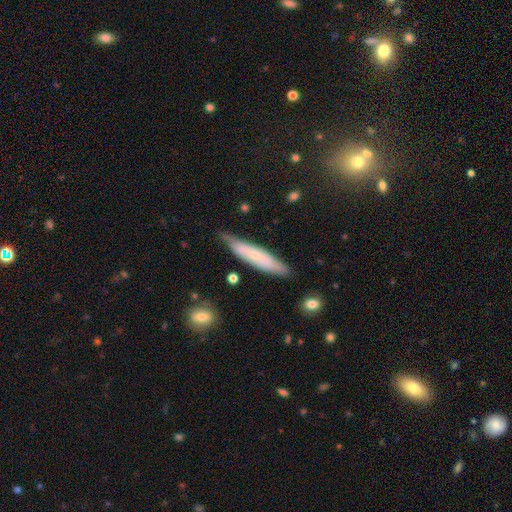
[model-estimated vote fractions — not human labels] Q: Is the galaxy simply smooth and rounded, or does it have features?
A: smooth — 50%.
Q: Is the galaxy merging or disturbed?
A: none — 73%.